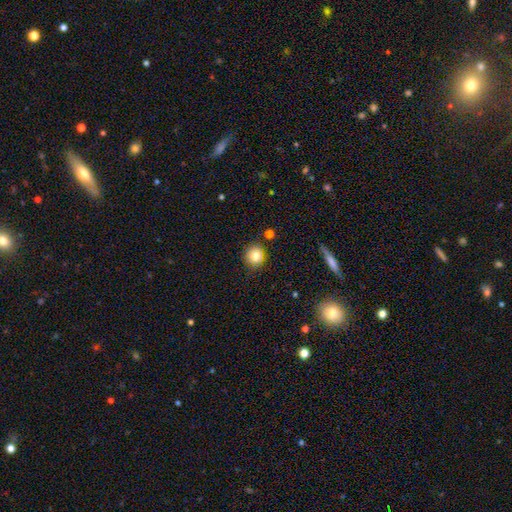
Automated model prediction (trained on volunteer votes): This appears to be a smooth galaxy with no disk features (81%) that is round (87%). Merging: none (84%).